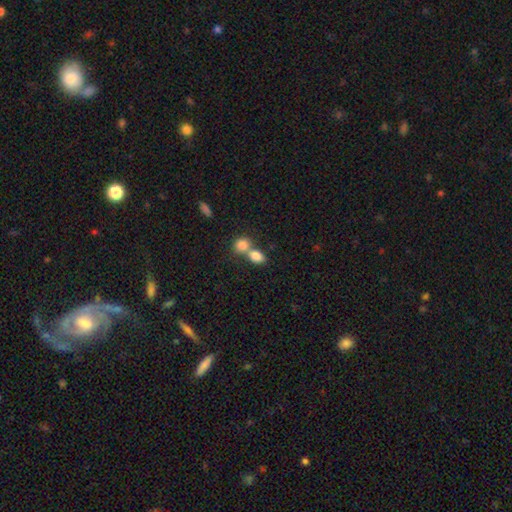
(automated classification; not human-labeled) A smooth galaxy with no disk features (83%) that is in between round and cigar-shaped (71%).

Vote fractions:
- Smooth or featured? smooth: 83% / star or artifact: 9% / featured or disk: 8%
- How rounded? in between: 71% / round: 27% / cigar-shaped: 2%
- Merging? merger: 57% / none: 32% / minor disturbance: 7% / major disturbance: 3%